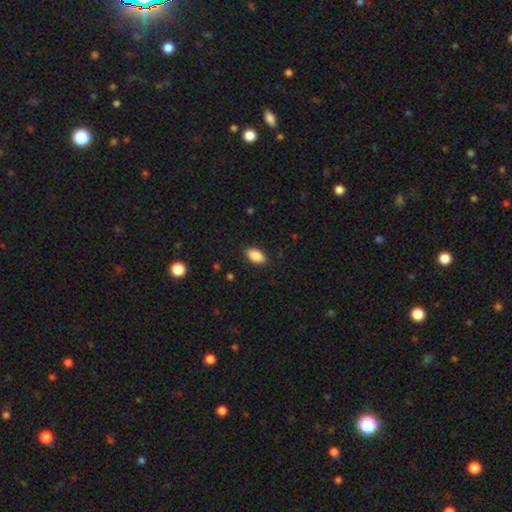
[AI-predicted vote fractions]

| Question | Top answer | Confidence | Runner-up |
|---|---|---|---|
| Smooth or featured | smooth | 88% | star or artifact (7%) |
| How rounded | in between | 92% | round (5%) |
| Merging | none | 85% | minor disturbance (11%) |